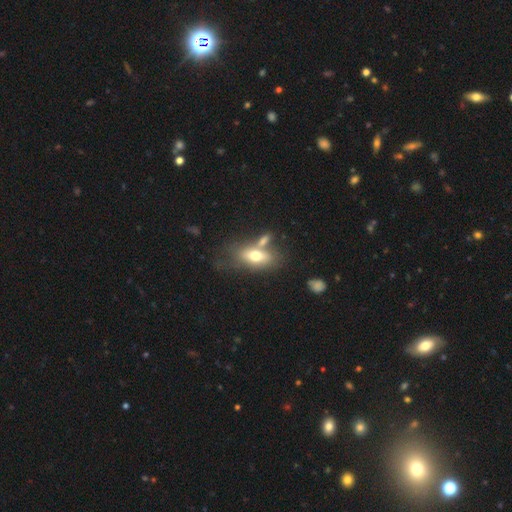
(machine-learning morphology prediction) The model was most divided on "merging": none: 43%, merger: 30%, minor disturbance: 17%, major disturbance: 11%. More confident: how rounded — in between (79%); smooth or featured — smooth (63%).